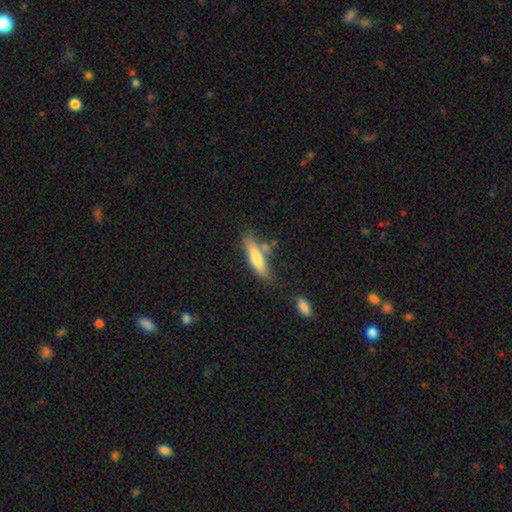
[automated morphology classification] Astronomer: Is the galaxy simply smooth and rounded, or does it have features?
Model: smooth — 66%.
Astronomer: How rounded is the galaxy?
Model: cigar-shaped — 76%.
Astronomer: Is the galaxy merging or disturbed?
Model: none — 68%.